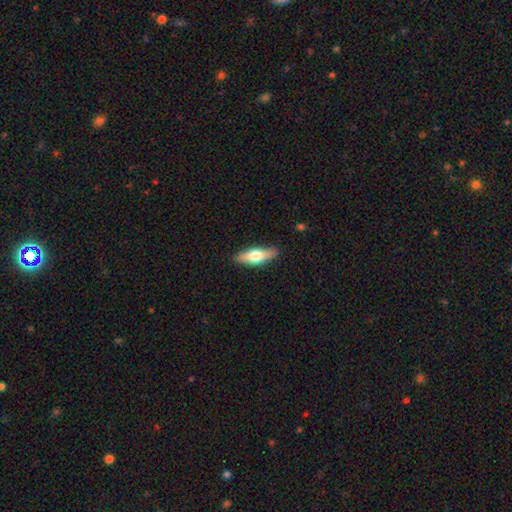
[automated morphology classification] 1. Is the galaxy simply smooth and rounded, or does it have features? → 56% smooth, 38% featured or disk, 6% star or artifact.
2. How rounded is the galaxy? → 54% in between, 44% cigar-shaped, 3% round.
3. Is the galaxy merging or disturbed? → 87% none, 10% minor disturbance, 2% major disturbance, 1% merger.